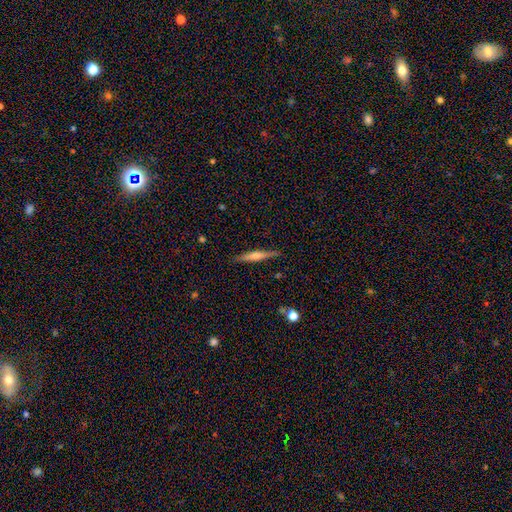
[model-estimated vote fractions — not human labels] Q: Smooth or featured?
A: featured or disk (53%); runner-up: smooth (41%)
Q: Edge-on disk?
A: yes (97%); runner-up: no (3%)
Q: Edge-on bulge?
A: rounded (68%); runner-up: none (18%)
Q: Merging?
A: none (89%); runner-up: minor disturbance (8%)